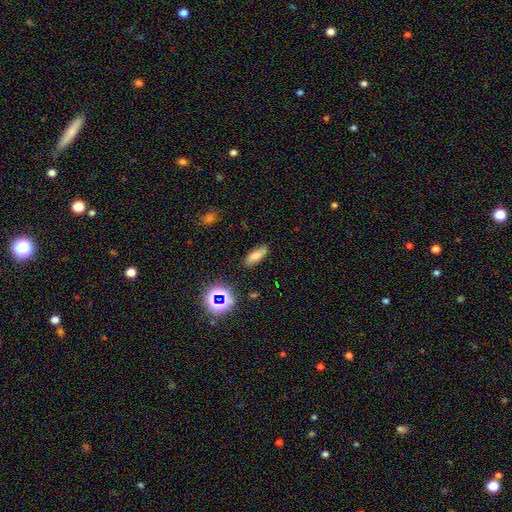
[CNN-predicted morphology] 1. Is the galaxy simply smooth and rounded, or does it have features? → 72% smooth, 15% star or artifact, 12% featured or disk.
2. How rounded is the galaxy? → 69% in between, 26% cigar-shaped, 5% round.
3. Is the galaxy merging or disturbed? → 83% none, 13% minor disturbance, 3% major disturbance, 2% merger.